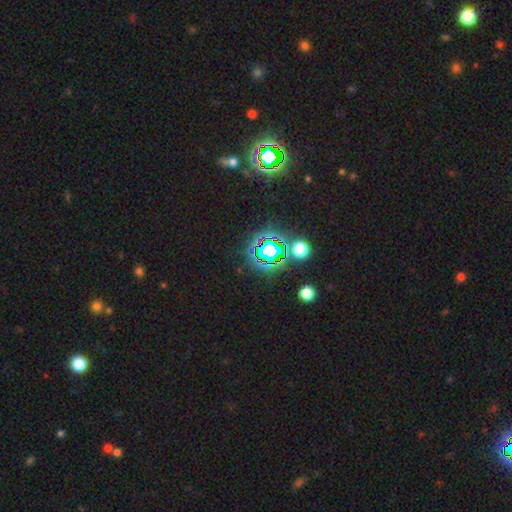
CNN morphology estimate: Overall: star or artifact (75%).